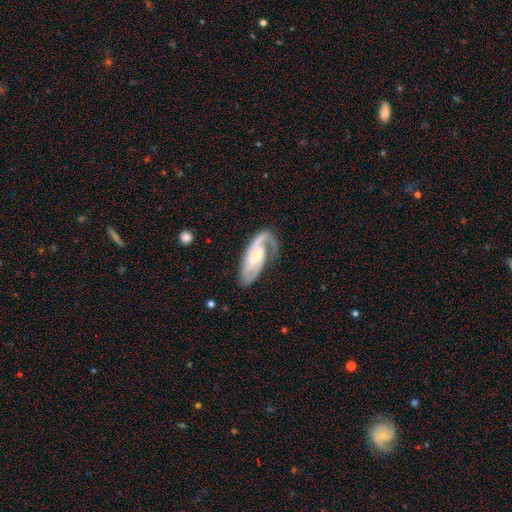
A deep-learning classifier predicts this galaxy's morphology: The model was most divided on "bar": weak: 40%, no: 38%, strong: 22%. Remaining: spiral arms — yes (96%); edge-on disk — no (95%); smooth or featured — featured or disk (87%); spiral arm count — 2 (68%); merging — none (65%); bulge size — small (59%); spiral winding — medium (47%).